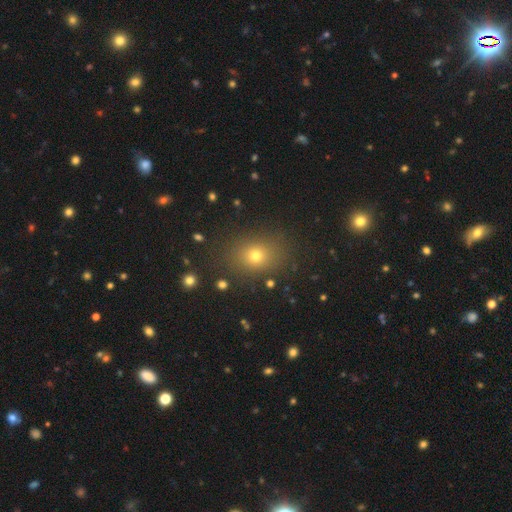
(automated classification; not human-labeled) smooth 70%, star or artifact 20%, featured or disk 10%. Down the decision tree: how rounded — round (52%); merging — none (85%).